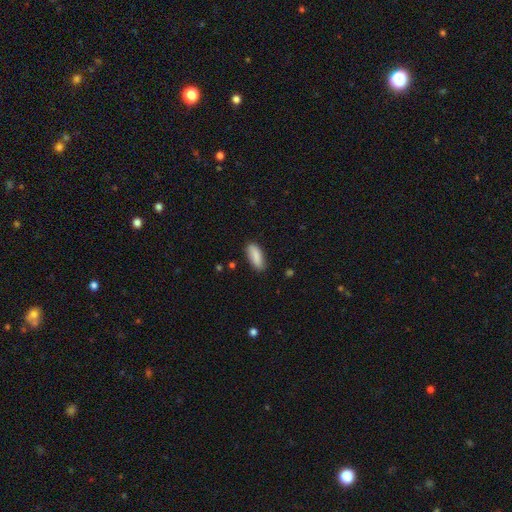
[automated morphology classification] Smooth or featured? smooth (87%)
How rounded? in between (75%)
Merging? none (83%)